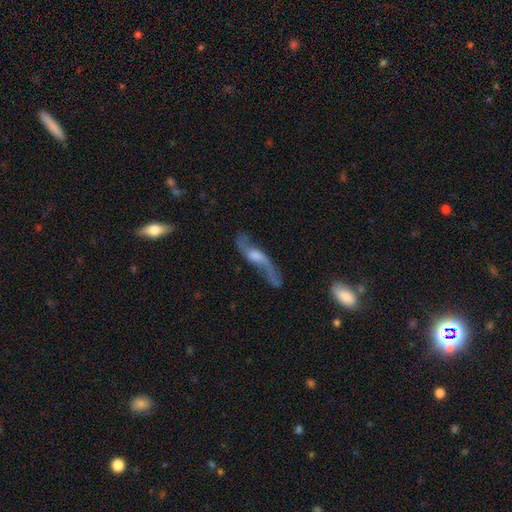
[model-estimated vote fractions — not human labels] Smooth or featured?
  - featured or disk: 75% *
  - smooth: 13%
  - star or artifact: 12%
Edge-on disk?
  - no: 66% *
  - yes: 34%
Merging?
  - none: 71% *
  - minor disturbance: 17%
  - major disturbance: 9%
  - merger: 3%